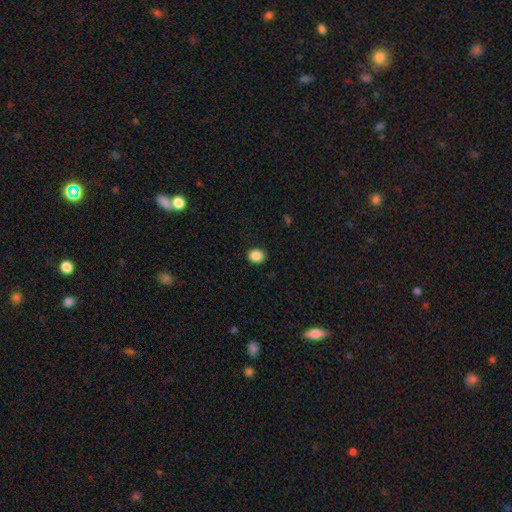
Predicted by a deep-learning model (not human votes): Smooth or featured? smooth (87%)
How rounded? round (63%)
Merging? none (90%)